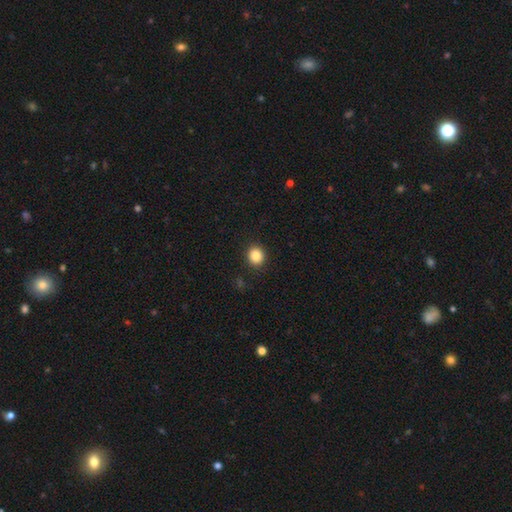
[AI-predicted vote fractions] Overall: smooth (86%). How rounded: round (81%). Merging: none (91%).